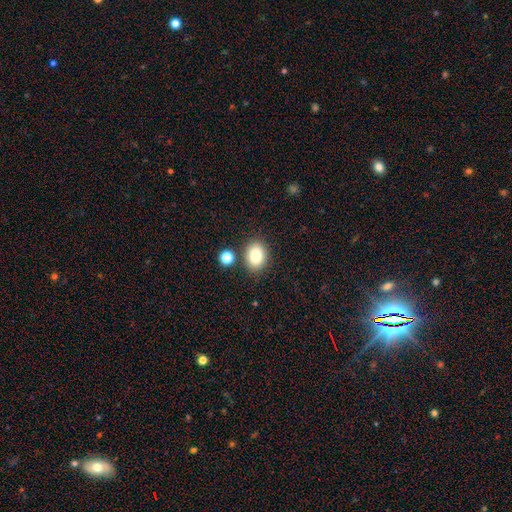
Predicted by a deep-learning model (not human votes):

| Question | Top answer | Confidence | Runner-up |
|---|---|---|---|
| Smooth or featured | smooth | 81% | star or artifact (10%) |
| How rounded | in between | 61% | round (38%) |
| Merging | none | 81% | minor disturbance (9%) |